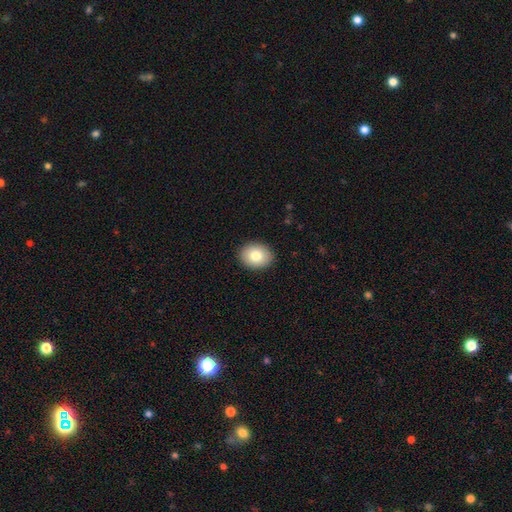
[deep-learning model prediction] Q: Smooth or featured?
A: smooth (81%); runner-up: featured or disk (11%)
Q: How rounded?
A: round (50%); runner-up: in between (49%)
Q: Merging?
A: none (91%); runner-up: minor disturbance (7%)